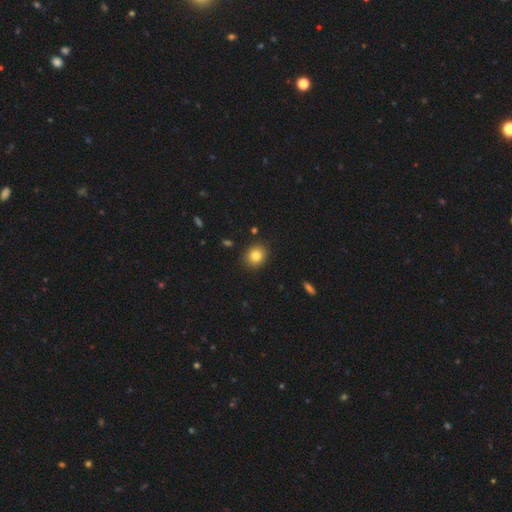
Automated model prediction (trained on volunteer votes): smooth-or-featured: smooth: 81% | star or artifact: 11% | featured or disk: 9%
  how-rounded: round: 71% | in between: 28% | cigar-shaped: 1%
  merging: none: 90% | minor disturbance: 7% | major disturbance: 2% | merger: 1%